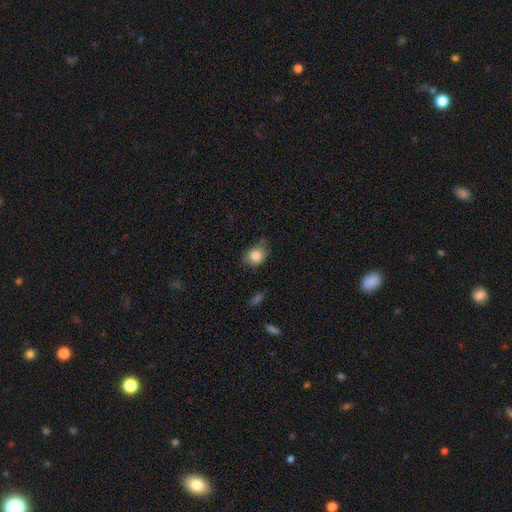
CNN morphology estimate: smooth 84%, star or artifact 9%, featured or disk 7%. Down the decision tree: how rounded — round (56%); merging — none (61%).